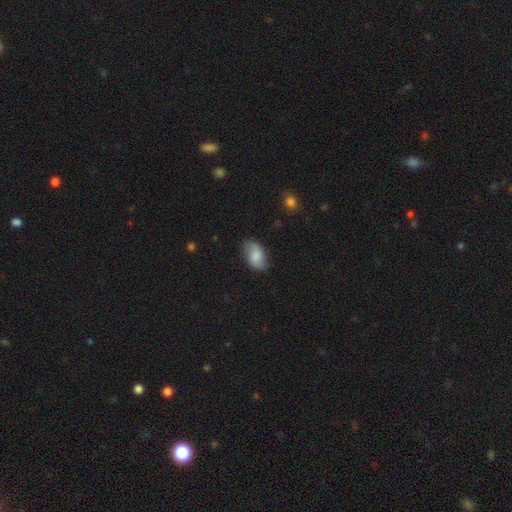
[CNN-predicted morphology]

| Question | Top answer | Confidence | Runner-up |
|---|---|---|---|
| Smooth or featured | smooth | 77% | featured or disk (16%) |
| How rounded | in between | 93% | round (5%) |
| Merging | none | 75% | minor disturbance (20%) |